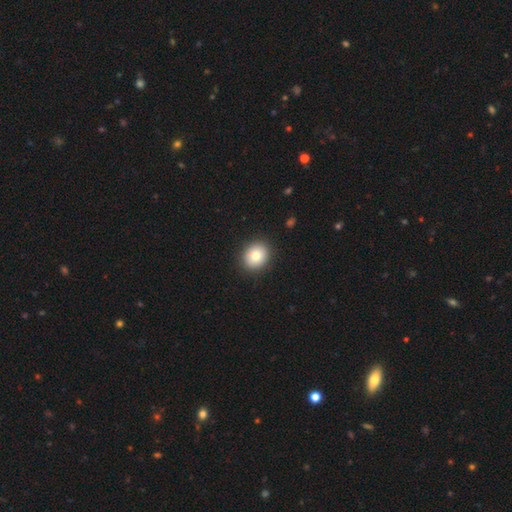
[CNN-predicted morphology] A smooth galaxy with no disk features (82%) that is round (67%). Merging: none (90%).